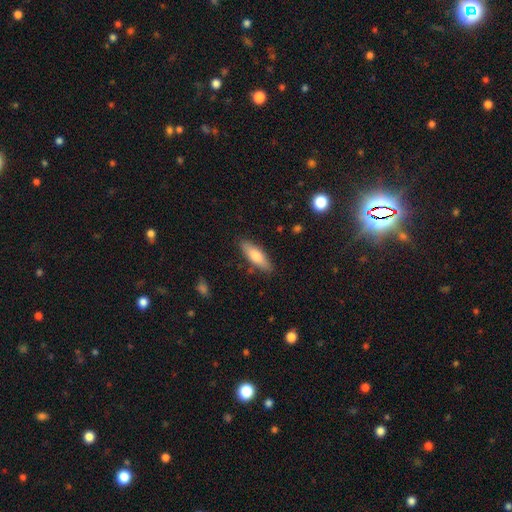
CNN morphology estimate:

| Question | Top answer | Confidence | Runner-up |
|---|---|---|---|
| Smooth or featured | smooth | 73% | featured or disk (21%) |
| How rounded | in between | 56% | cigar-shaped (42%) |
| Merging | none | 85% | minor disturbance (11%) |